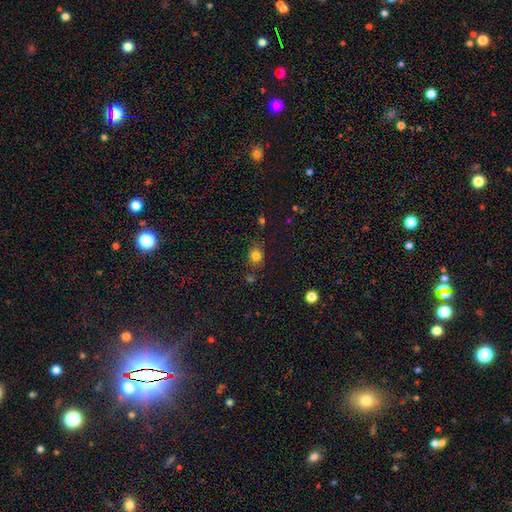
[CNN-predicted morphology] type=smooth (81%); roundness=round (68%); merging=none (77%).